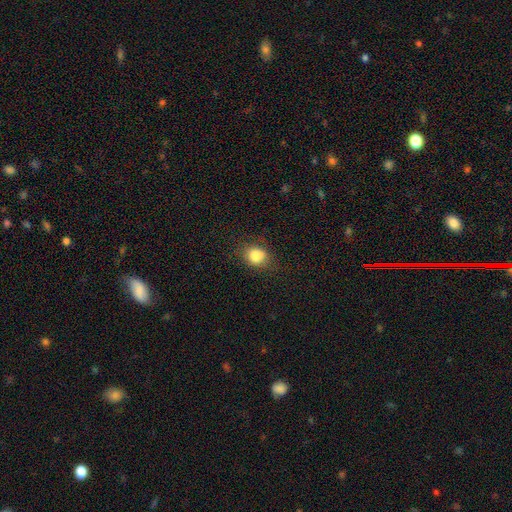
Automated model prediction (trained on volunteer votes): smooth_or_featured: smooth (p=0.83) [alt: star or artifact p=0.10]
how_rounded: round (p=0.64) [alt: in between p=0.35]
merging: none (p=0.79) [alt: minor disturbance p=0.15]